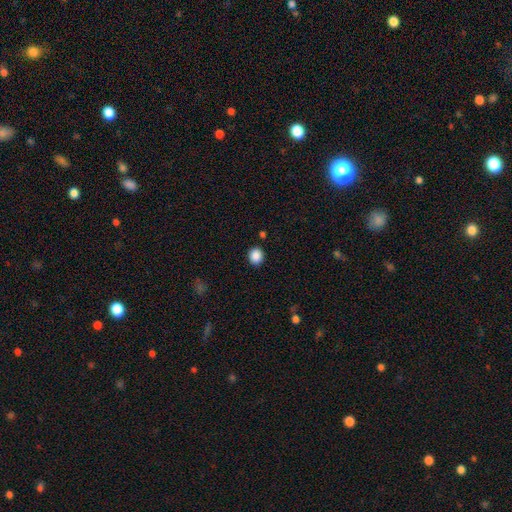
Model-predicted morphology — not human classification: A smooth galaxy with no disk features (88%) that is round (78%).

Vote fractions:
- Smooth or featured? smooth: 88% / star or artifact: 9% / featured or disk: 3%
- How rounded? round: 78% / in between: 21% / cigar-shaped: 1%
- Merging? none: 90% / minor disturbance: 6% / major disturbance: 2% / merger: 2%